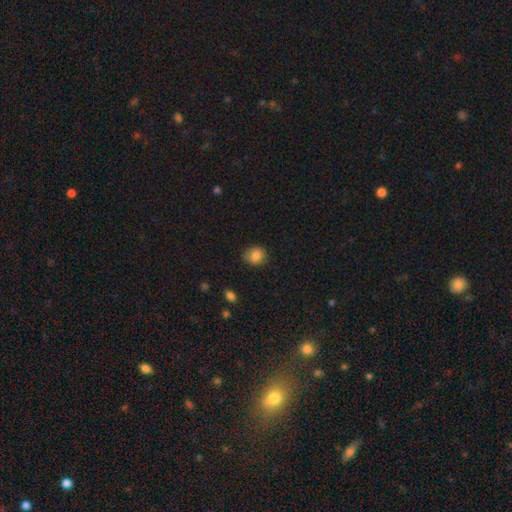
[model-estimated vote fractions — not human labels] smooth-or-featured: smooth: 84% | star or artifact: 9% | featured or disk: 7%
  how-rounded: round: 61% | in between: 38% | cigar-shaped: 1%
  merging: none: 76% | minor disturbance: 19% | major disturbance: 4% | merger: 1%